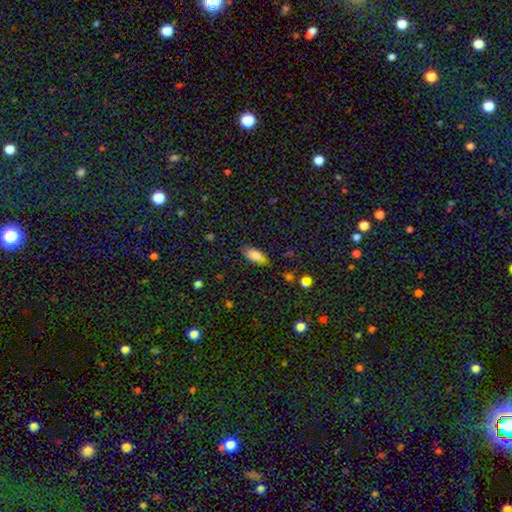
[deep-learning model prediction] This is clearly a smooth galaxy (84%). How rounded: clearly in between (89%). Merging: likely none (73%).